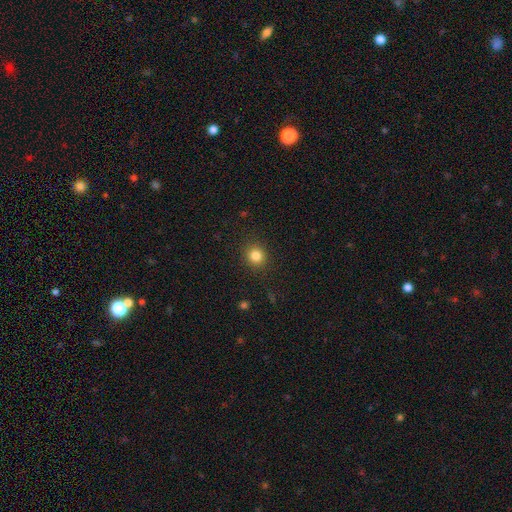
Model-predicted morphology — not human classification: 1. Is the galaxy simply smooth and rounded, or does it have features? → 83% smooth, 12% star or artifact, 5% featured or disk.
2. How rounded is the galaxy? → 87% round, 12% in between, 1% cigar-shaped.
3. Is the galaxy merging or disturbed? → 90% none, 6% minor disturbance, 2% major disturbance, 1% merger.